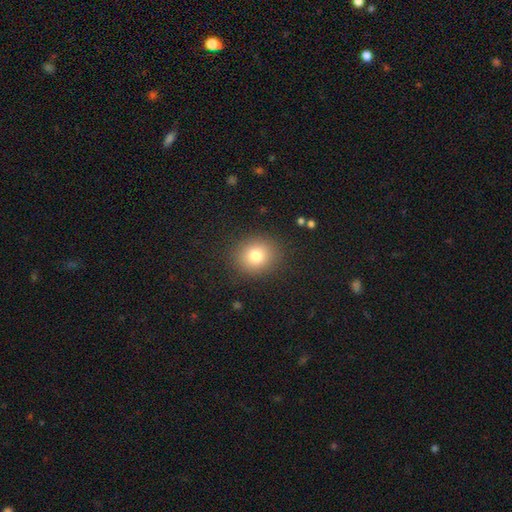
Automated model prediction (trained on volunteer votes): smooth-or-featured: smooth: 78% | star or artifact: 12% | featured or disk: 10%
  how-rounded: round: 79% | in between: 20% | cigar-shaped: 1%
  merging: none: 88% | minor disturbance: 8% | major disturbance: 3% | merger: 1%